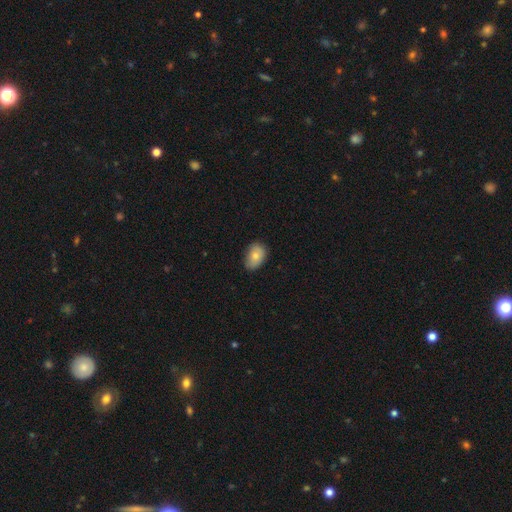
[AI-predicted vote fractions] smooth 80%, featured or disk 13%, star or artifact 8%. Down the decision tree: how rounded — in between (83%); merging — none (76%).